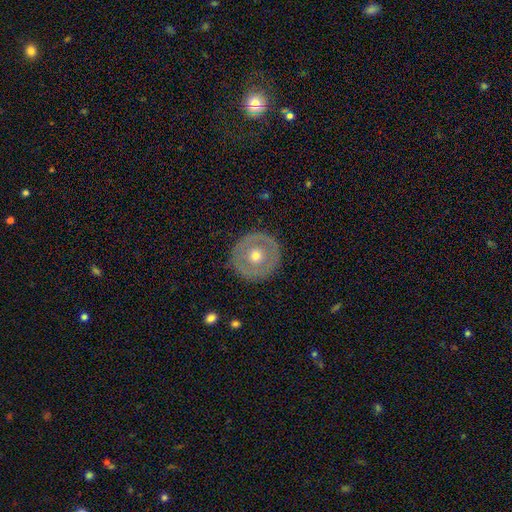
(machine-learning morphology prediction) Smooth or featured? Predicted: featured or disk (p=0.53). Edge-on disk? Predicted: no (p=0.95). Bar? Predicted: no (p=0.90). Spiral arms? Predicted: no (p=0.88). Bulge size? Predicted: moderate (p=0.73). Merging? Predicted: none (p=0.87).